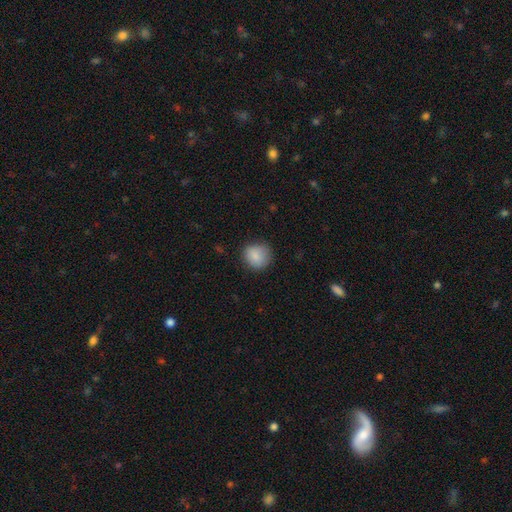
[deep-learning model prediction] Smooth or featured: smooth — 87% (star or artifact — 8%)
How rounded: round — 86% (in between — 13%)
Merging: none — 81% (minor disturbance — 14%)